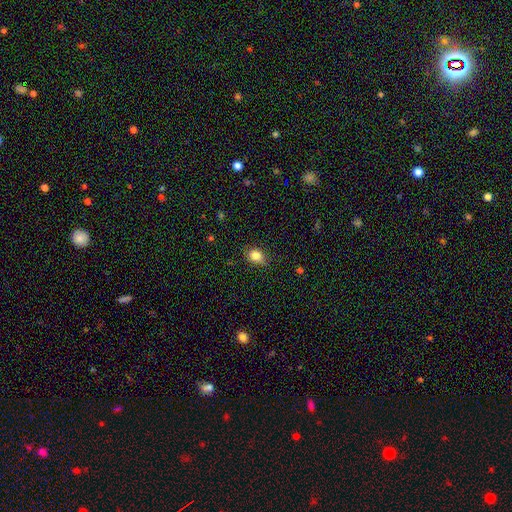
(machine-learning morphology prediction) Smooth or featured: smooth — 81% (star or artifact — 10%)
How rounded: in between — 53% (round — 45%)
Merging: none — 74% (minor disturbance — 20%)